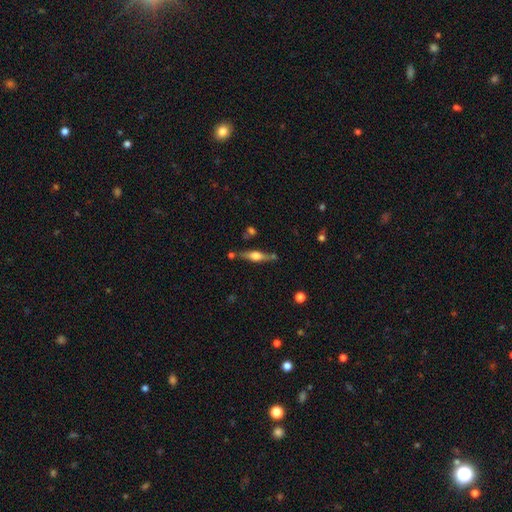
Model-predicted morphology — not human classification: Smooth or featured? featured or disk (62%)
Edge-on disk? yes (94%)
Edge-on bulge? rounded (87%)
Merging? none (72%)